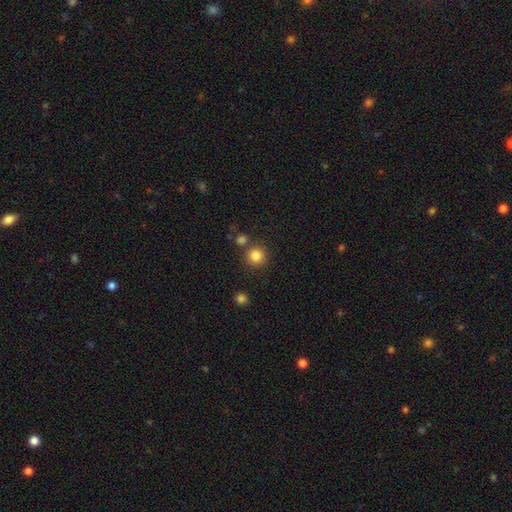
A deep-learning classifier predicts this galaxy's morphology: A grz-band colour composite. It shows a smooth galaxy with no disk features (84%) that is round (93%). Merging: none (81%).